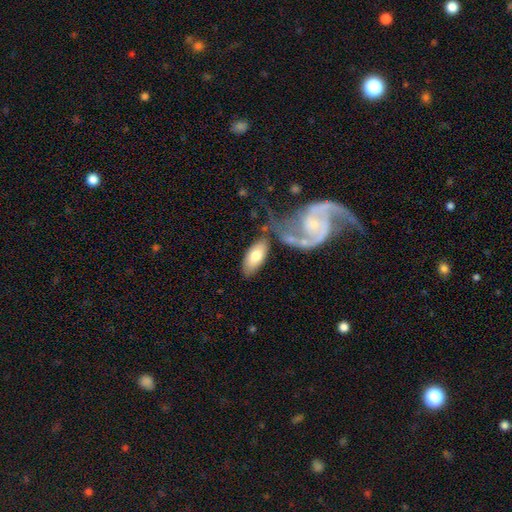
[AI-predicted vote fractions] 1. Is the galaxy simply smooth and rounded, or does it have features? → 71% smooth, 24% featured or disk, 5% star or artifact.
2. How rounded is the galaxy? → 88% in between, 9% cigar-shaped, 2% round.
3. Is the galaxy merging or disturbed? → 64% none, 15% merger, 14% minor disturbance, 6% major disturbance.